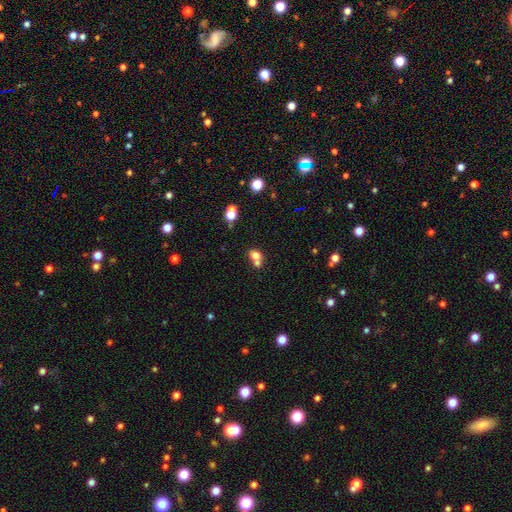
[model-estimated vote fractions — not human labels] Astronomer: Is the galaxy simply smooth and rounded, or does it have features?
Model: smooth — 73%.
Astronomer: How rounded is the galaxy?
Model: round — 60% (runner-up: in between, 39%).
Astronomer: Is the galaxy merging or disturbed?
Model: merger — 55% (runner-up: none, 35%).